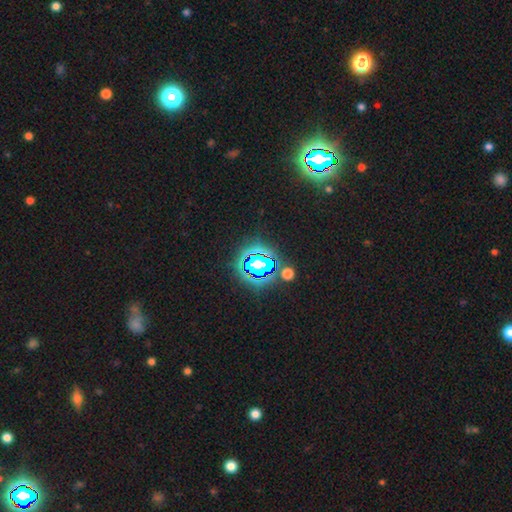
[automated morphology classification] The model was most divided on "smooth or featured": star or artifact: 79%, smooth: 14%, featured or disk: 7%.